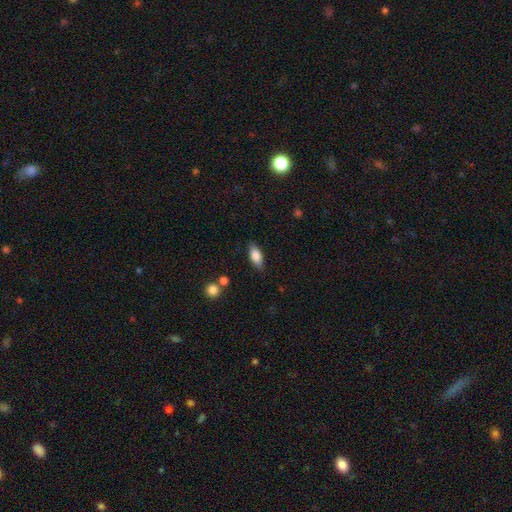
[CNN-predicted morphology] smooth-or-featured: smooth: 81% | featured or disk: 12% | star or artifact: 7%
  how-rounded: in between: 84% | cigar-shaped: 13% | round: 3%
  merging: none: 83% | minor disturbance: 12% | major disturbance: 3% | merger: 2%